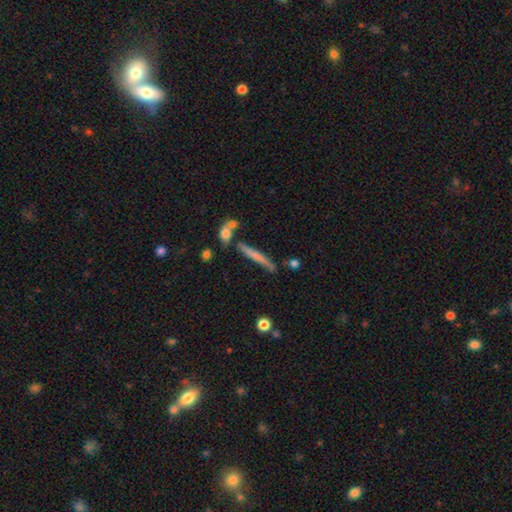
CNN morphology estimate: Smooth or featured?
  - smooth: 54% *
  - featured or disk: 39%
  - star or artifact: 7%
How rounded?
  - cigar-shaped: 94% *
  - in between: 4%
  - round: 2%
Merging?
  - none: 72% *
  - minor disturbance: 15%
  - merger: 9%
  - major disturbance: 4%